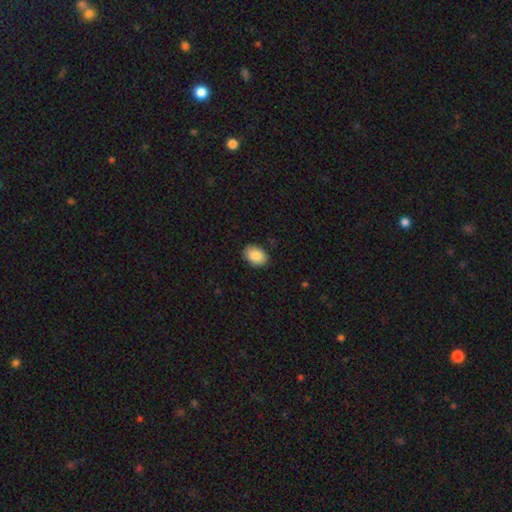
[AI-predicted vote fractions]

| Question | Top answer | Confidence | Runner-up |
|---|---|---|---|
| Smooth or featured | smooth | 89% | star or artifact (7%) |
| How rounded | in between | 82% | round (17%) |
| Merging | none | 88% | minor disturbance (9%) |